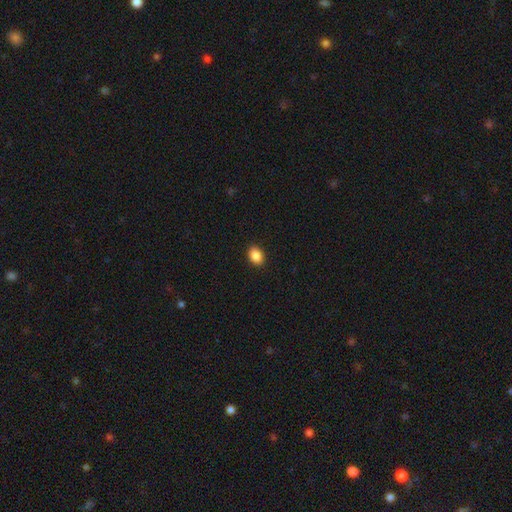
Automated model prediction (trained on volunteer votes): Q: Smooth or featured?
A: smooth (88%); runner-up: star or artifact (8%)
Q: How rounded?
A: in between (71%); runner-up: round (28%)
Q: Merging?
A: none (91%); runner-up: minor disturbance (7%)